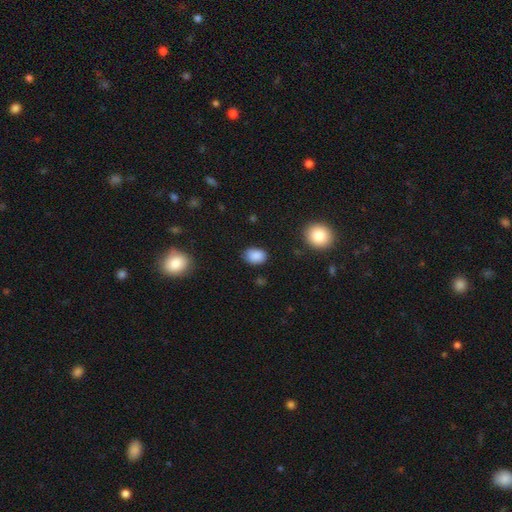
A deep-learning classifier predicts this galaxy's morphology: Smooth or featured: smooth — 88% (star or artifact — 9%)
How rounded: in between — 75% (round — 24%)
Merging: none — 83% (minor disturbance — 13%)